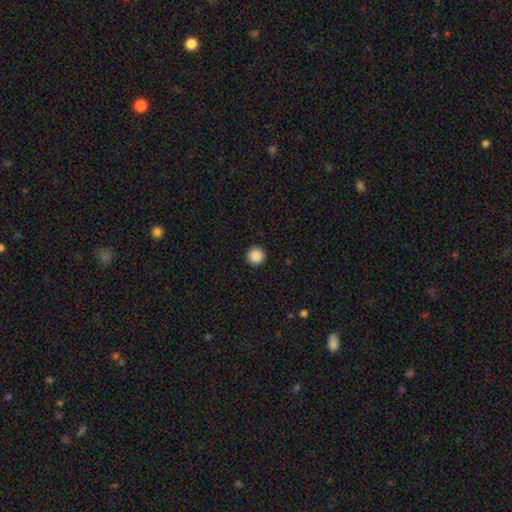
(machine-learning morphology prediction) type=smooth (88%); roundness=round (96%); merging=none (93%).